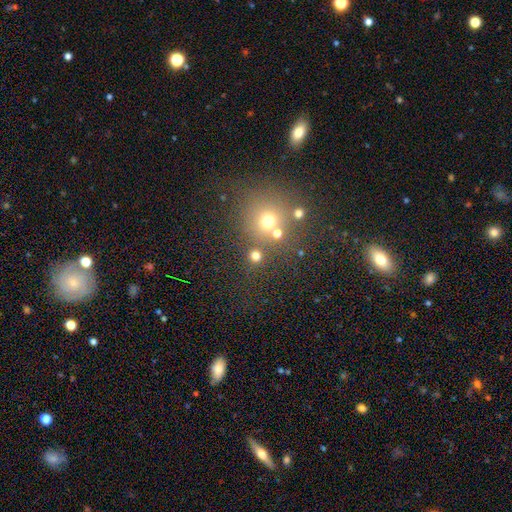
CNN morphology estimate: The model was most divided on "smooth or featured": smooth: 71%, star or artifact: 21%, featured or disk: 7%. More confident: how rounded — round (92%); merging — none (76%).